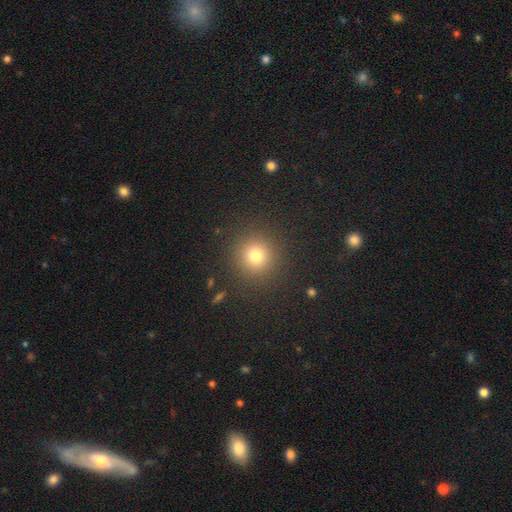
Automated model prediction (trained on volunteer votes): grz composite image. It shows a smooth galaxy with no disk features (76%) that is round (94%). Merging: none (90%).